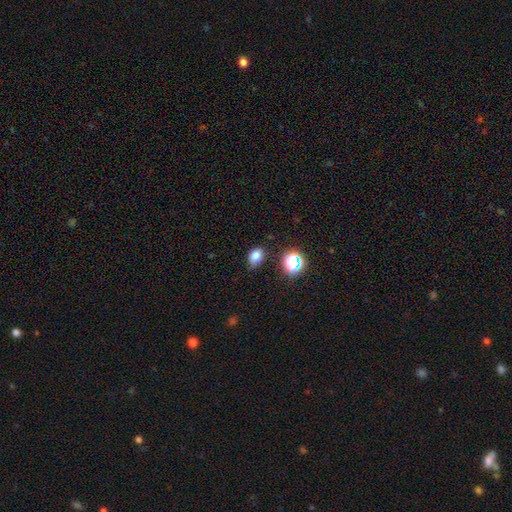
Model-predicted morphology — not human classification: A smooth galaxy with no disk features (78%) that is in between round and cigar-shaped (71%).

Vote fractions:
- Smooth or featured? smooth: 78% / star or artifact: 15% / featured or disk: 7%
- How rounded? in between: 71% / round: 28% / cigar-shaped: 1%
- Merging? none: 73% / minor disturbance: 21% / major disturbance: 4% / merger: 3%